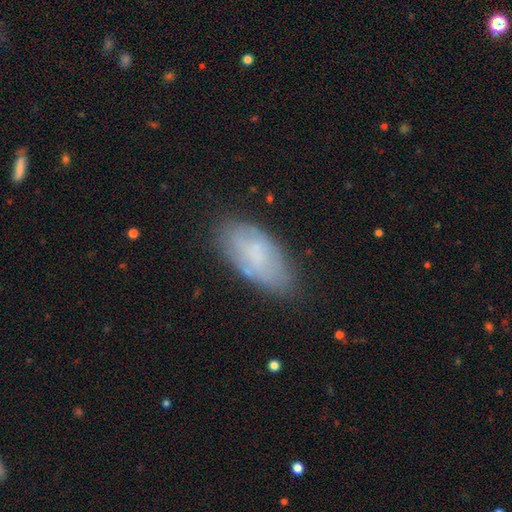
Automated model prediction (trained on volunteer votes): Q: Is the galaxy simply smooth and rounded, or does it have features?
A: smooth — 61%.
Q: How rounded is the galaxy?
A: in between — 91%.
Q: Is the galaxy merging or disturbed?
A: none — 71%.